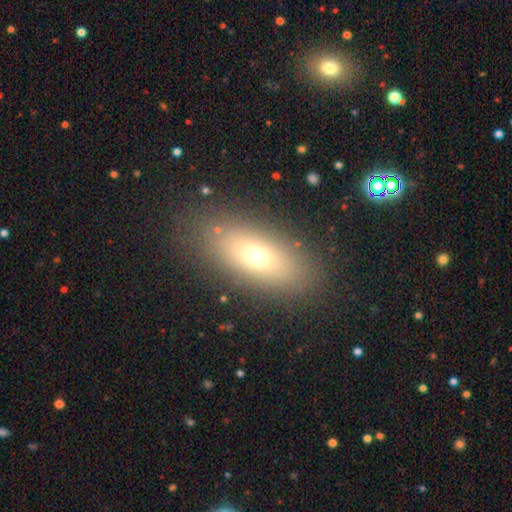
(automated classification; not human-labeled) Q: Smooth or featured?
A: smooth (67%); runner-up: featured or disk (20%)
Q: How rounded?
A: in between (79%); runner-up: cigar-shaped (14%)
Q: Merging?
A: none (84%); runner-up: minor disturbance (9%)